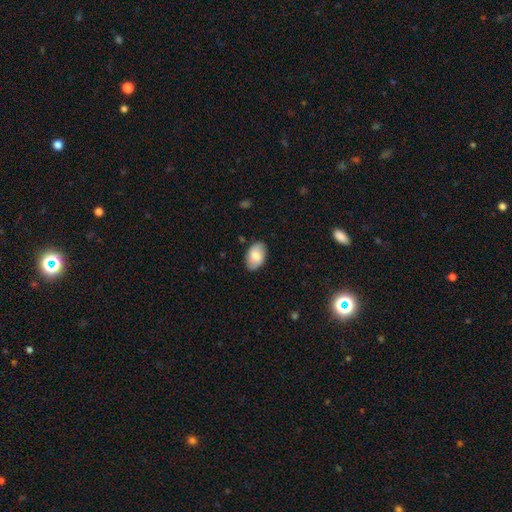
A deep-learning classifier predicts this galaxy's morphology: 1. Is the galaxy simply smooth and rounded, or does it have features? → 65% smooth, 28% featured or disk, 7% star or artifact.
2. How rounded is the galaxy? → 91% in between, 8% round, 1% cigar-shaped.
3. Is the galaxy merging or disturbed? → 82% none, 14% minor disturbance, 3% major disturbance, 1% merger.